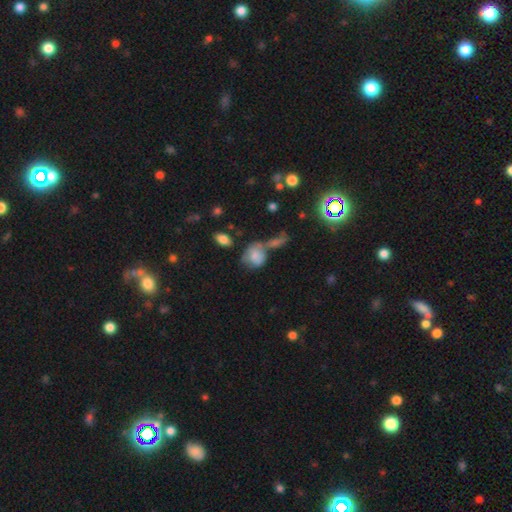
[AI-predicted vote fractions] smooth-or-featured: smooth: 70% | featured or disk: 19% | star or artifact: 11%
  how-rounded: round: 54% | in between: 44% | cigar-shaped: 2%
  merging: none: 34% (tied) | merger: 34% (tied) | minor disturbance: 19% | major disturbance: 13%